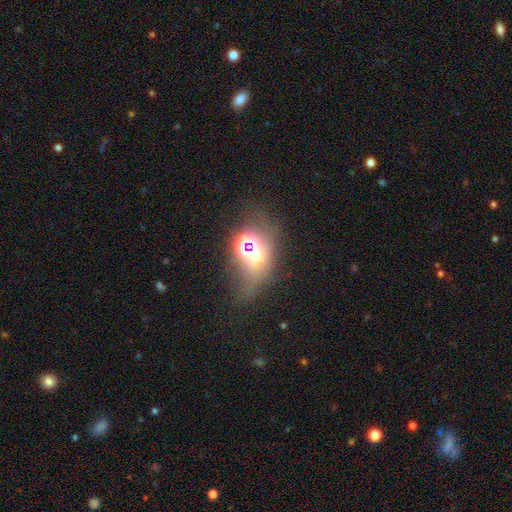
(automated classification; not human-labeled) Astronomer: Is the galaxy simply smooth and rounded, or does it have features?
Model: star or artifact — 42% (runner-up: smooth, 39%).